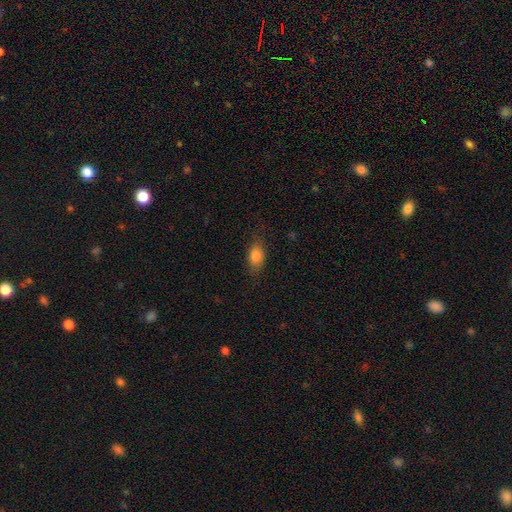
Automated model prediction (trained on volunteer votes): Morphology: type=smooth (82%); roundness=in between (81%); merging=none (78%).